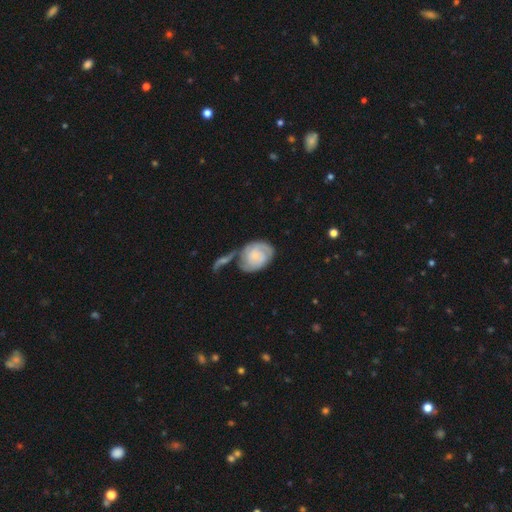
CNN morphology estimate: This is likely a featured or disk galaxy (63%). It is clearly not viewed edge-on (97%). Bar: likely no (70%). Spiral arm pattern: clearly yes (89%). Spiral arm count: possibly 2 (48%). Spiral winding: possibly tight (58%). Central bulge: marginally small (42%). Merging: marginally none (42%).